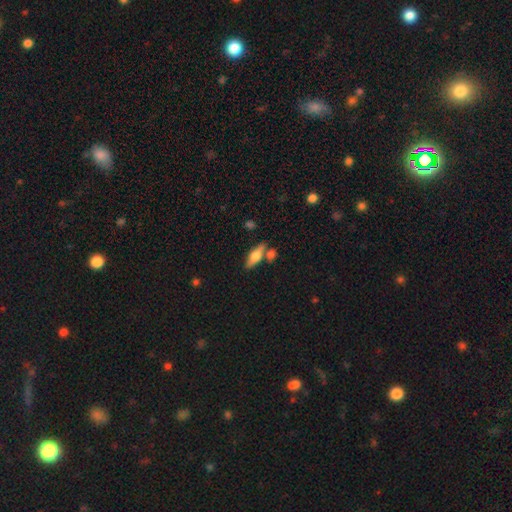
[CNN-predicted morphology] smooth 56%, featured or disk 36%, star or artifact 7%. Down the decision tree: how rounded — in between (55%); merging — none (67%).